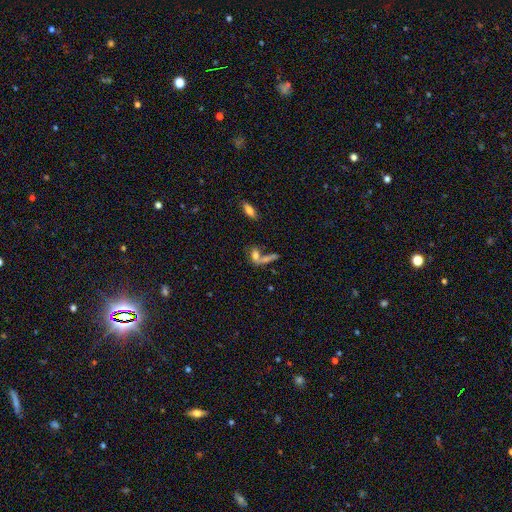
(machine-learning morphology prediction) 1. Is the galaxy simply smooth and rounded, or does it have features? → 62% smooth, 24% featured or disk, 14% star or artifact.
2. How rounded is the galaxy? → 60% in between, 29% cigar-shaped, 11% round.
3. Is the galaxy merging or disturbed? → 47% merger, 32% none, 11% major disturbance, 10% minor disturbance.